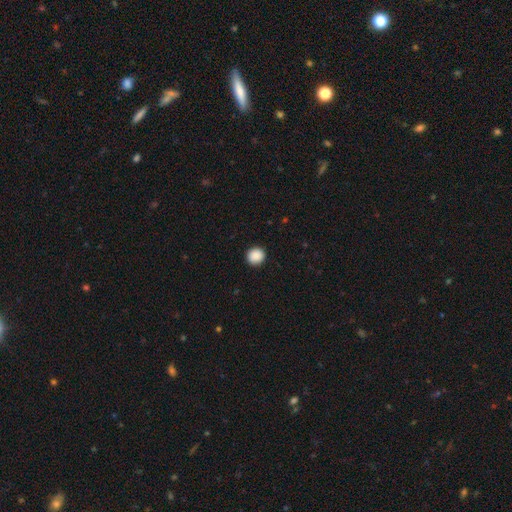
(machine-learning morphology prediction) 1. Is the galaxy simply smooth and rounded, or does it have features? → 89% smooth, 9% star or artifact, 2% featured or disk.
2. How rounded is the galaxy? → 91% round, 8% in between, 1% cigar-shaped.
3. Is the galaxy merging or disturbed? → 92% none, 5% minor disturbance, 2% major disturbance, 1% merger.